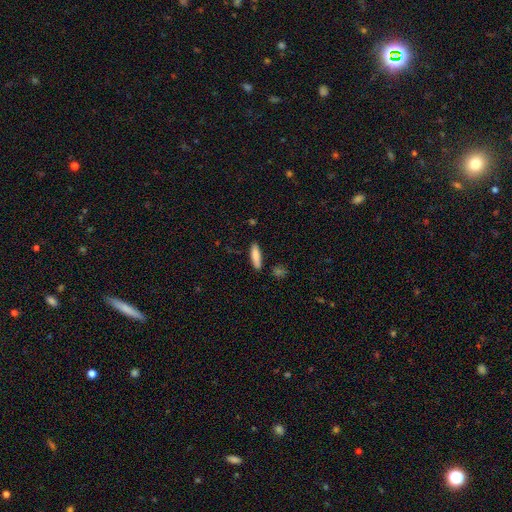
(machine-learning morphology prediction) This is clearly a smooth galaxy (84%). How rounded: likely cigar-shaped (65%). Merging: clearly none (83%).